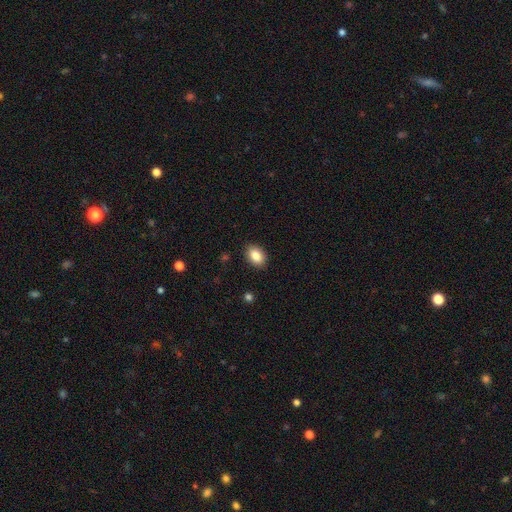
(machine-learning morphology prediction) smooth 86%, star or artifact 8%, featured or disk 5%. Down the decision tree: how rounded — in between (77%); merging — none (88%).